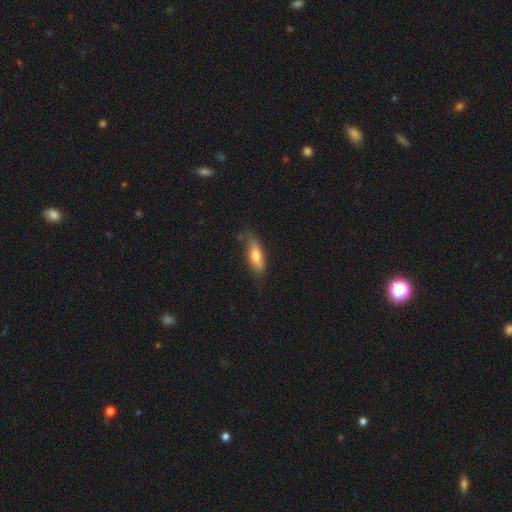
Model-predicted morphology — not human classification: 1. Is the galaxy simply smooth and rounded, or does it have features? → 72% smooth, 22% featured or disk, 6% star or artifact.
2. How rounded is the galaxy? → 54% in between, 44% cigar-shaped, 2% round.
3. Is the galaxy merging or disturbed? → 68% none, 25% minor disturbance, 5% major disturbance, 2% merger.